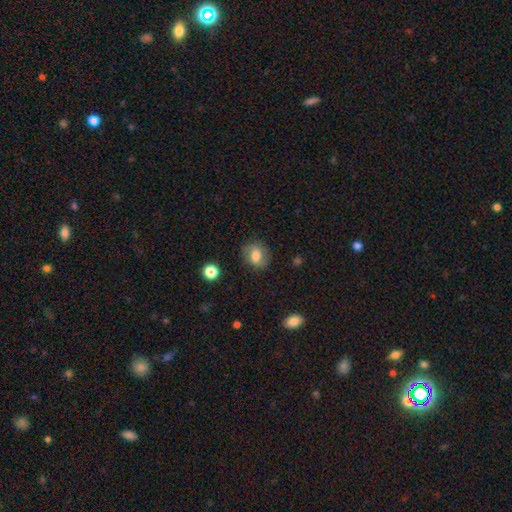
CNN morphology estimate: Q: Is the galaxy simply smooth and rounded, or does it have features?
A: smooth — 61%.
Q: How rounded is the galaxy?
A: round — 53%.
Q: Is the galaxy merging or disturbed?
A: none — 78%.